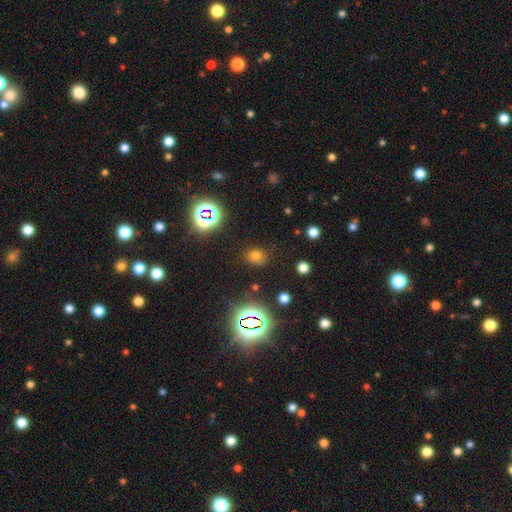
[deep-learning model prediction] smooth-or-featured: smooth: 65% | star or artifact: 28% | featured or disk: 7%
  how-rounded: round: 64% | in between: 35% | cigar-shaped: 1%
  merging: none: 81% | minor disturbance: 12% | major disturbance: 4% | merger: 2%